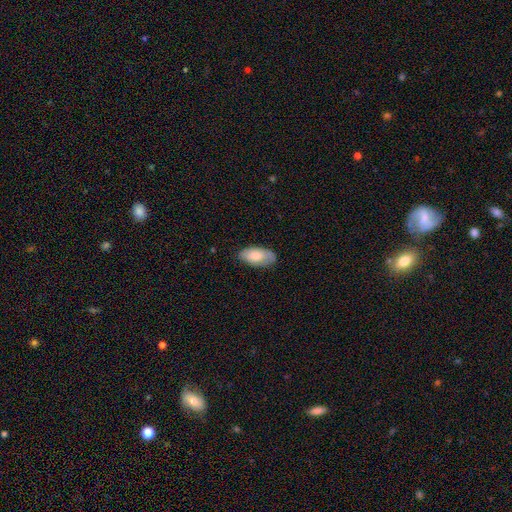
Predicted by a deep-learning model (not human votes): smooth-or-featured: smooth: 74% | featured or disk: 19% | star or artifact: 6%
  how-rounded: in between: 94% | cigar-shaped: 3% | round: 3%
  merging: none: 76% | minor disturbance: 19% | major disturbance: 4% | merger: 1%